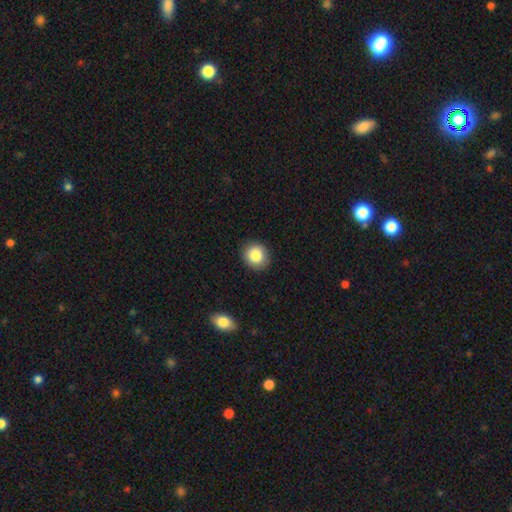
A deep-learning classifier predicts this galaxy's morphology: A smooth galaxy with no disk features (85%) that is round (83%). Merging: none (90%).